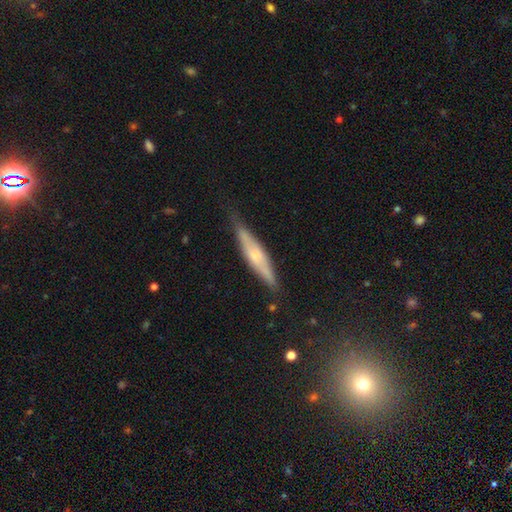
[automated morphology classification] Smooth or featured? Predicted: featured or disk (p=0.57). Edge-on disk? Predicted: yes (p=0.89). Edge-on bulge? Predicted: rounded (p=0.69). Merging? Predicted: none (p=0.76).